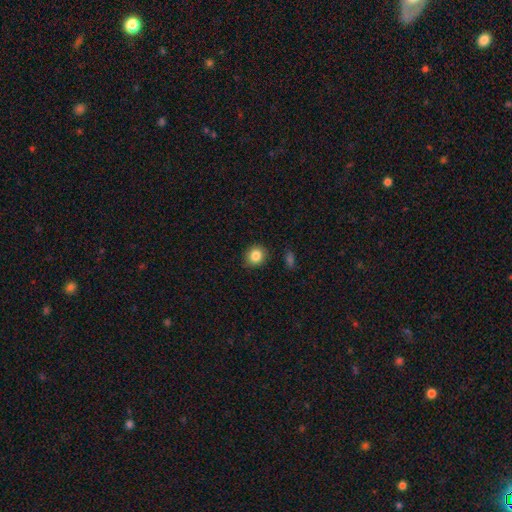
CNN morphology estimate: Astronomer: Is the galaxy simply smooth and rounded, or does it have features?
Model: smooth — 85%.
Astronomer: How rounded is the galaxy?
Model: round — 78%.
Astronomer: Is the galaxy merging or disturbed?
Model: none — 87%.